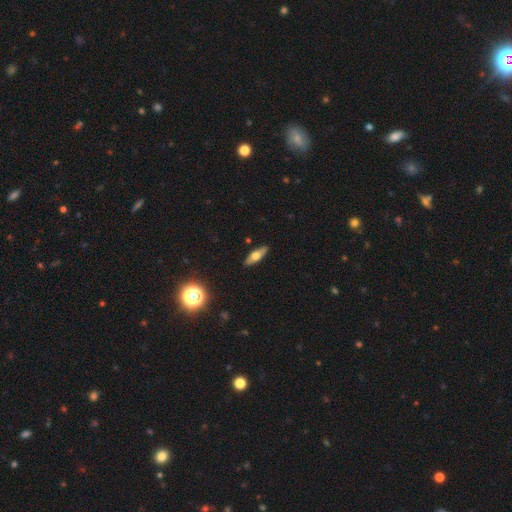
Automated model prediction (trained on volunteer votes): Q: Smooth or featured?
A: smooth (54%); runner-up: featured or disk (38%)
Q: How rounded?
A: in between (52%); runner-up: cigar-shaped (45%)
Q: Merging?
A: none (89%); runner-up: minor disturbance (8%)